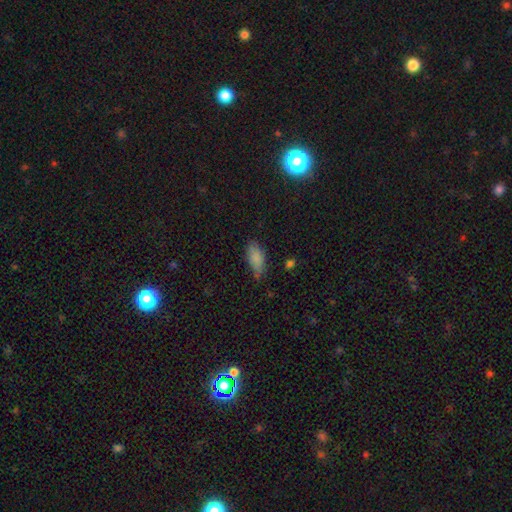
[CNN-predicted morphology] Q: Smooth or featured?
A: smooth (83%); runner-up: star or artifact (9%)
Q: How rounded?
A: in between (86%); runner-up: cigar-shaped (11%)
Q: Merging?
A: none (68%); runner-up: minor disturbance (25%)